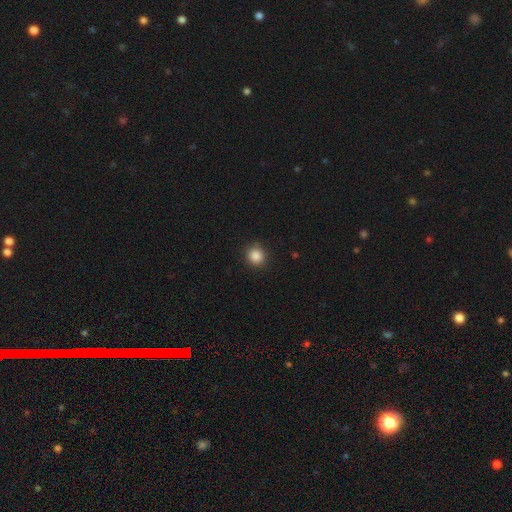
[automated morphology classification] A smooth galaxy with no disk features (86%) that is round (91%).

Vote fractions:
- Smooth or featured? smooth: 86% / star or artifact: 10% / featured or disk: 3%
- How rounded? round: 91% / in between: 9% / cigar-shaped: 1%
- Merging? none: 90% / minor disturbance: 7% / major disturbance: 2% / merger: 1%